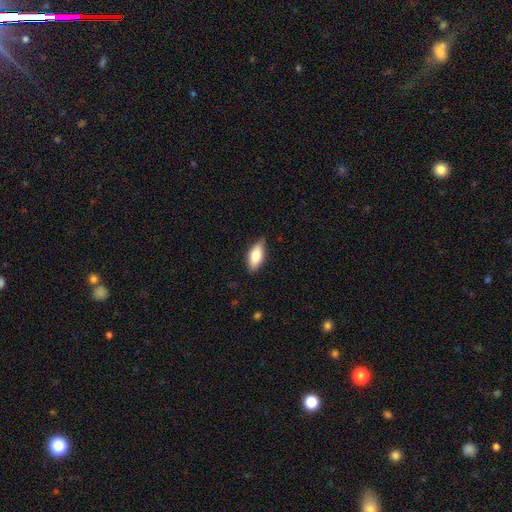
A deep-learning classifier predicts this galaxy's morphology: A smooth galaxy with no disk features (76%) that is in between round and cigar-shaped (84%). Merging: none (81%).